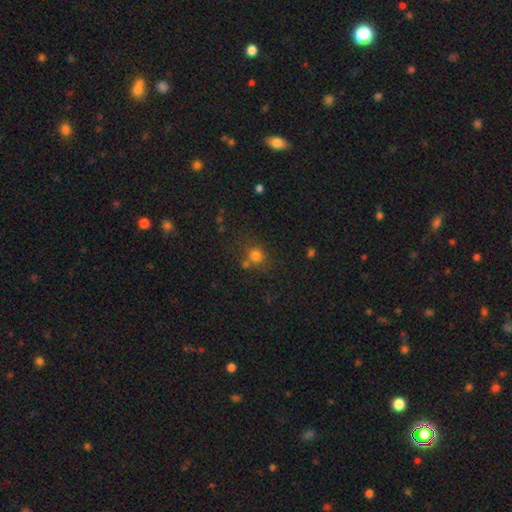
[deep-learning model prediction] A smooth galaxy with no disk features (77%) that is round (85%). Merging: none (65%).